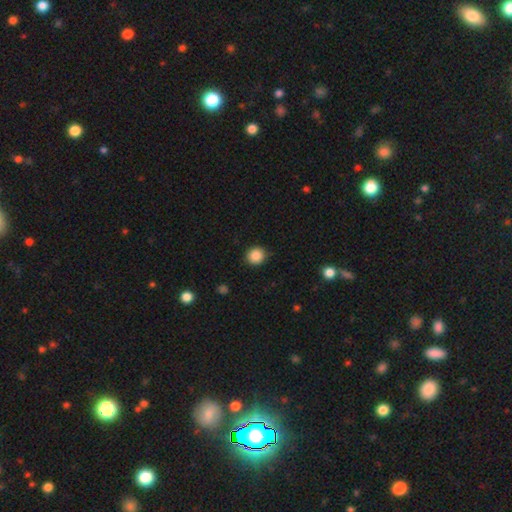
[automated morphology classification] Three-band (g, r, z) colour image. It shows a smooth galaxy with no disk features (87%) that is round (89%). Merging: none (89%).